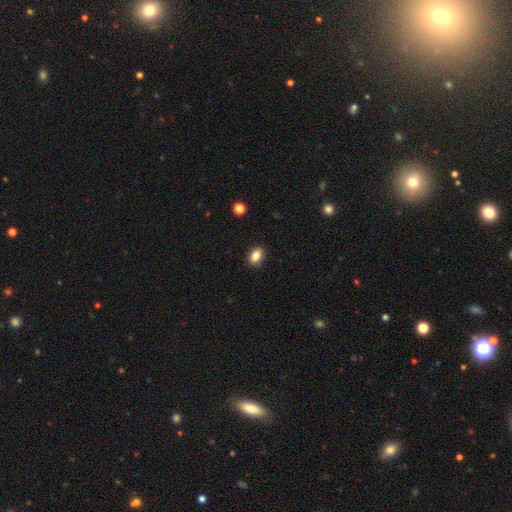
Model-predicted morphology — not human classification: Smooth or featured: smooth — 87% (star or artifact — 9%)
How rounded: in between — 83% (round — 16%)
Merging: none — 87% (minor disturbance — 10%)